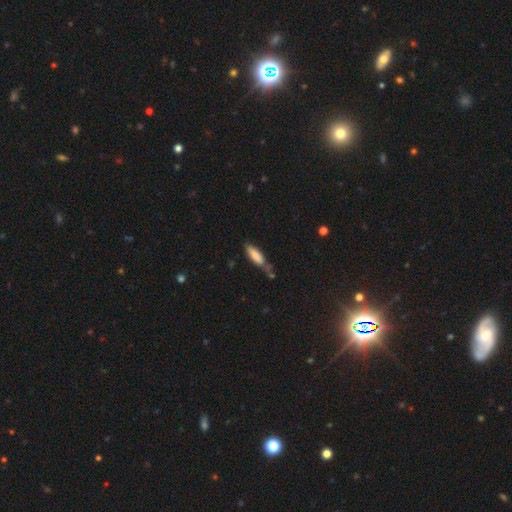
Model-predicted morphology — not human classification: A smooth galaxy with no disk features (82%) that is in between round and cigar-shaped (52%). Merging: none (53%).